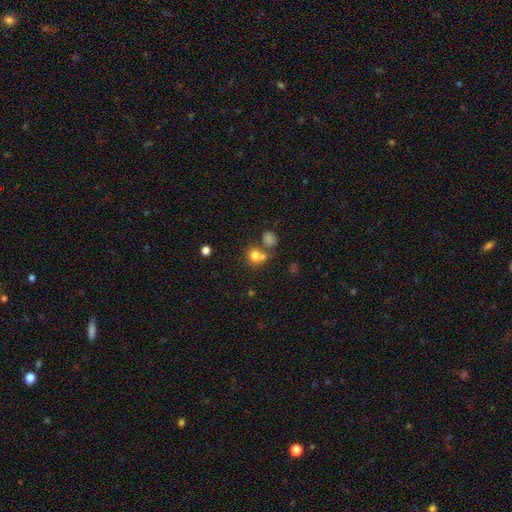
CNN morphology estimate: Smooth or featured: smooth — 76% (star or artifact — 14%)
How rounded: round — 79% (in between — 20%)
Merging: none — 47% (merger — 39%)